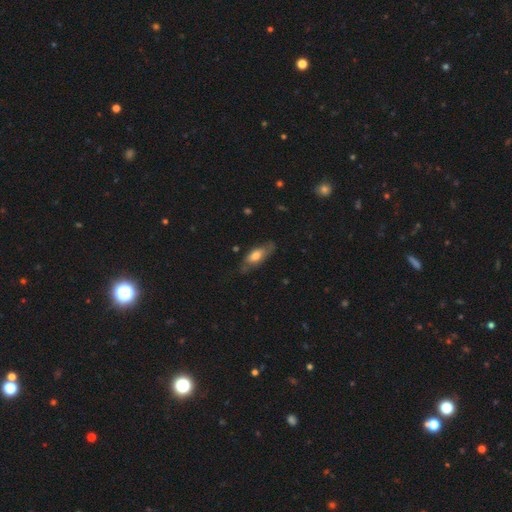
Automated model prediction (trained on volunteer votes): The model was most divided on "smooth or featured": smooth: 56%, featured or disk: 38%, star or artifact: 6%. More confident: how rounded — in between (74%); merging — none (67%).